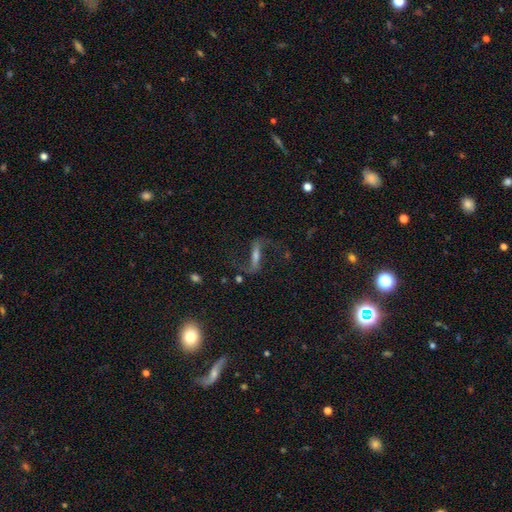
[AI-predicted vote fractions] Smooth or featured? featured or disk (76%)
Edge-on disk? no (78%)
Bar? strong (53%)
Spiral arms? yes (91%)
Spiral winding? loose (84%)
Spiral arm count? 2 (90%)
Bulge size? small (37%, tied with moderate)
Merging? none (66%)